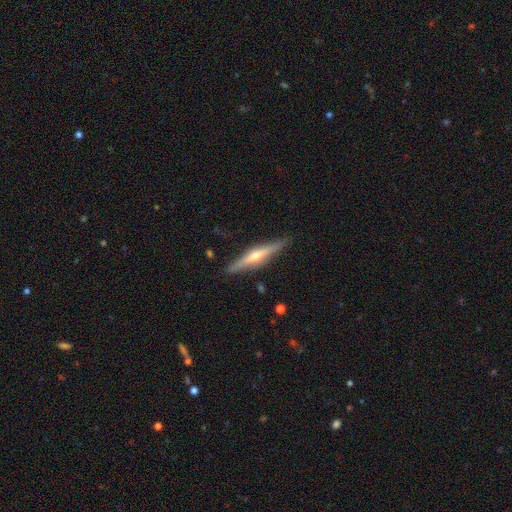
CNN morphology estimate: This appears to be a featured or disk galaxy (68%) viewed edge-on (97%) with a rounded central bulge (81%). Merging: none (89%).